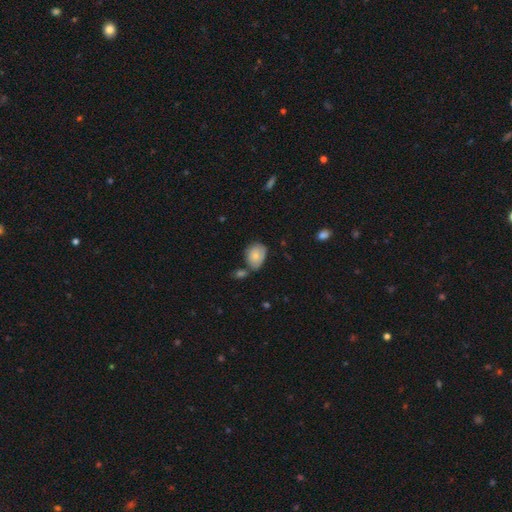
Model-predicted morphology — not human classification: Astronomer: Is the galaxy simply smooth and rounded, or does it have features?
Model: smooth — 76%.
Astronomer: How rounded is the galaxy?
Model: in between — 70%.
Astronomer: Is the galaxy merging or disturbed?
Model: none — 48% (runner-up: minor disturbance, 29%).